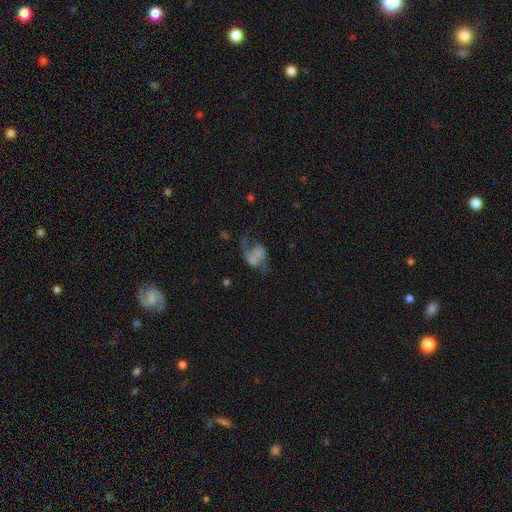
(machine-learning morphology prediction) Smooth or featured? featured or disk (57%)
Edge-on disk? no (98%)
Bar? no (75%)
Spiral arms? yes (65%)
Bulge size? none (62%)
Merging? major disturbance (43%)